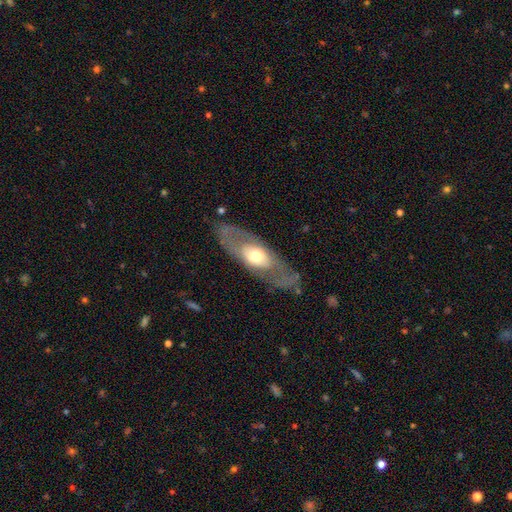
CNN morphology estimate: smooth-or-featured: featured or disk: 59% | smooth: 35% | star or artifact: 5%
  disk-edge-on: no: 75% | yes: 25%
  merging: none: 76% | minor disturbance: 14% | major disturbance: 8% | merger: 2%